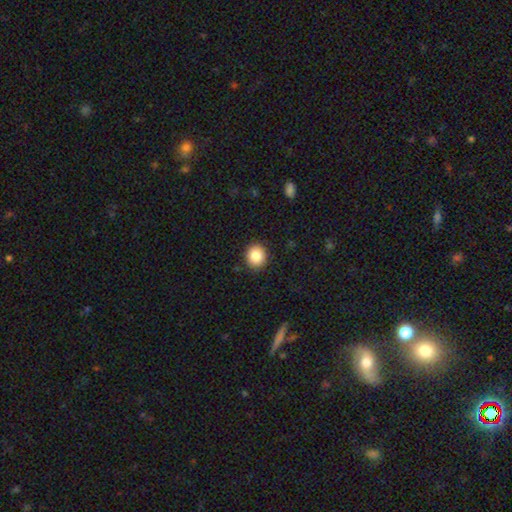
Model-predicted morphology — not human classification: This is clearly a smooth galaxy (87%). How rounded: likely round (75%). Merging: clearly none (89%).